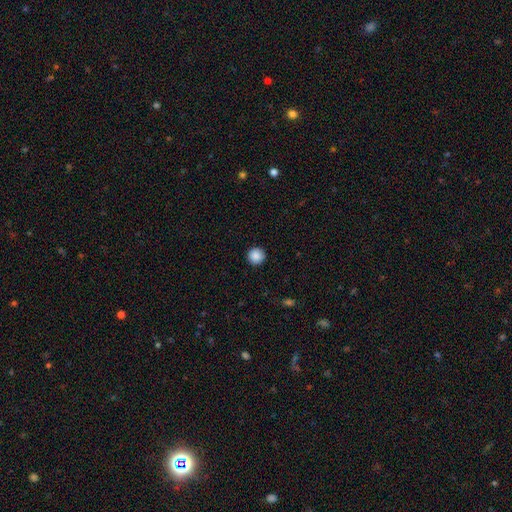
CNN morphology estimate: smooth-or-featured: smooth: 88% | star or artifact: 9% | featured or disk: 3%
  how-rounded: round: 96% | in between: 3% | cigar-shaped: 1%
  merging: none: 92% | minor disturbance: 5% | major disturbance: 2% | merger: 1%